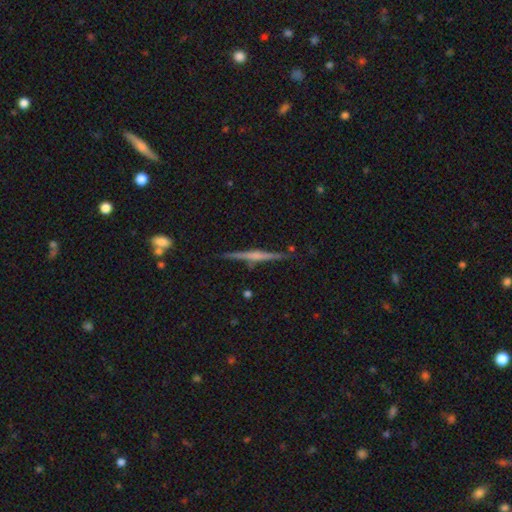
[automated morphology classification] Smooth or featured? Predicted: featured or disk (p=0.71). Edge-on disk? Predicted: yes (p=0.98). Edge-on bulge? Predicted: rounded (p=0.55). Merging? Predicted: none (p=0.86).